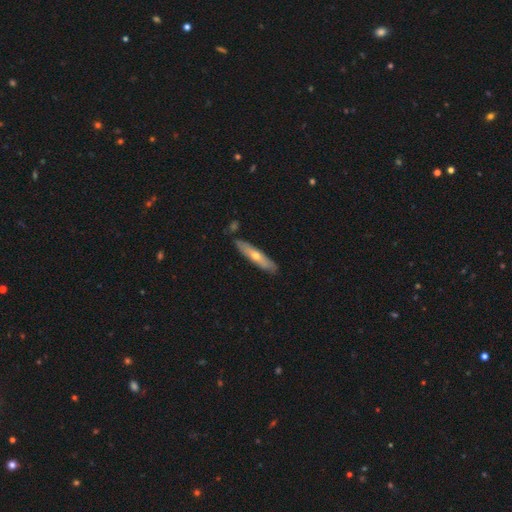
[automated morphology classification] Smooth or featured? Predicted: featured or disk (p=0.50). Merging? Predicted: none (p=0.84).